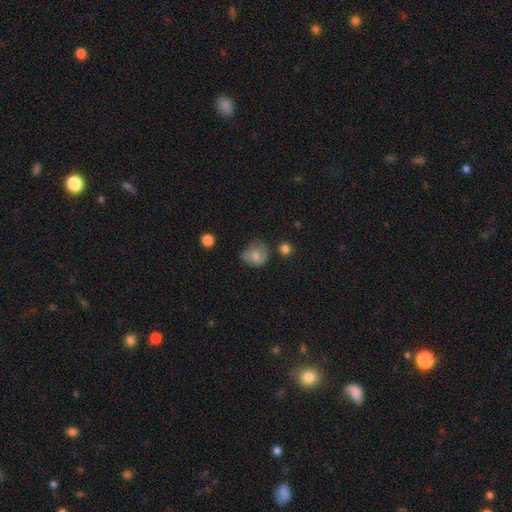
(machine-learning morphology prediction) smooth 63%, featured or disk 28%, star or artifact 9%. Down the decision tree: how rounded — round (66%); merging — none (43%).